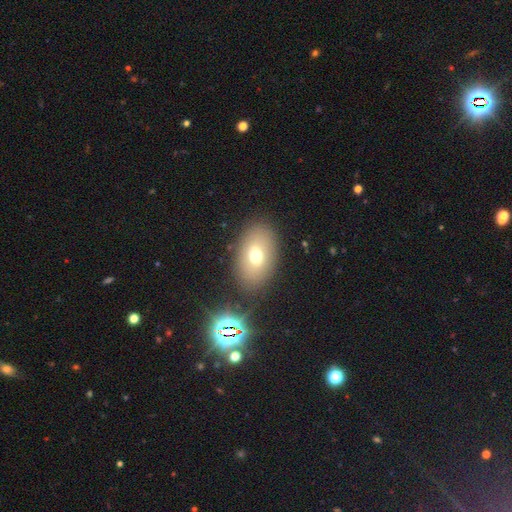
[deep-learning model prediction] This appears to be a smooth galaxy with no disk features (67%) that is in between round and cigar-shaped (86%). Merging: none (81%).